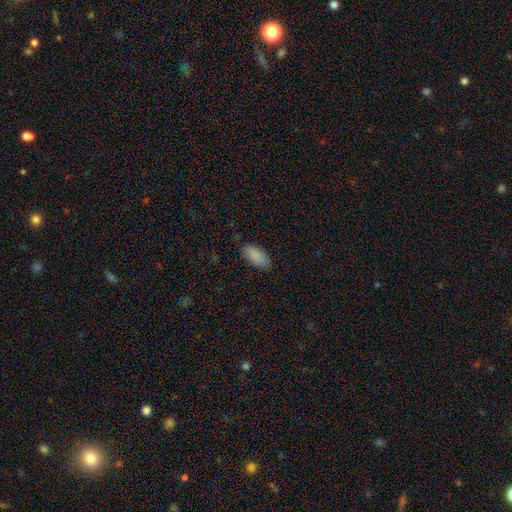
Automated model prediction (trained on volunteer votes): Q: Smooth or featured?
A: smooth (89%); runner-up: star or artifact (7%)
Q: How rounded?
A: in between (92%); runner-up: cigar-shaped (7%)
Q: Merging?
A: none (83%); runner-up: minor disturbance (13%)